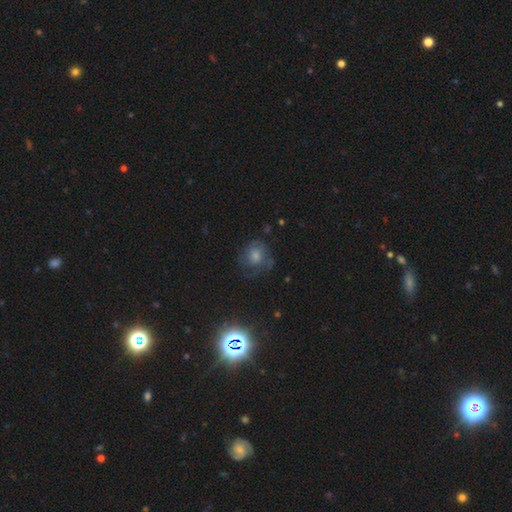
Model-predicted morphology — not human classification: This is possibly a smooth galaxy (49%). Merging: possibly none (56%).